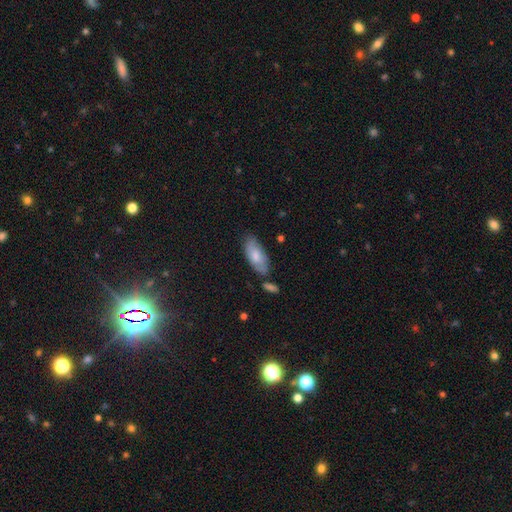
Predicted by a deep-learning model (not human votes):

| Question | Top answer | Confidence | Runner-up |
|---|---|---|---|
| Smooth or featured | smooth | 74% | featured or disk (21%) |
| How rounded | in between | 84% | cigar-shaped (14%) |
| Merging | none | 66% | minor disturbance (22%) |